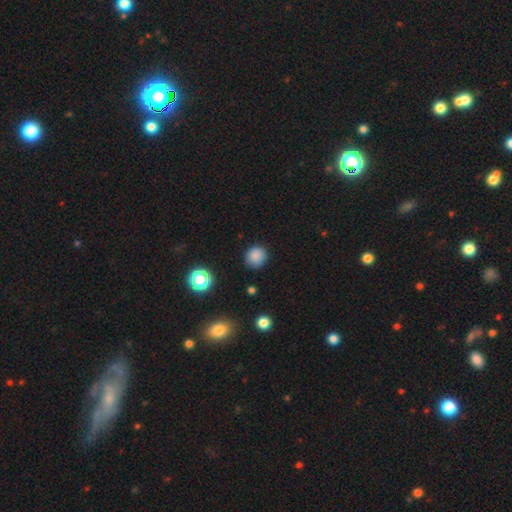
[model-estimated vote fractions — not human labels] Smooth or featured: smooth — 85% (star or artifact — 11%)
How rounded: round — 90% (in between — 9%)
Merging: none — 86% (minor disturbance — 10%)